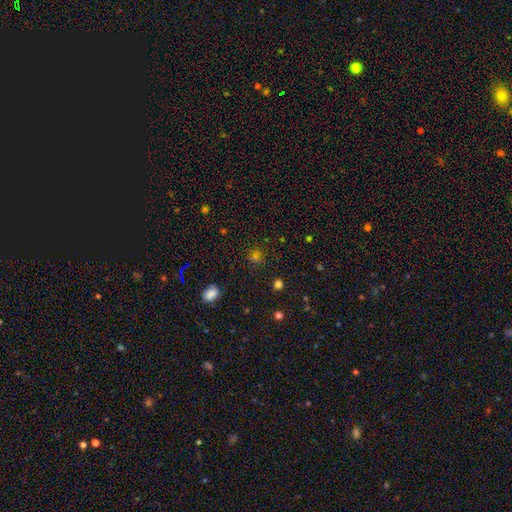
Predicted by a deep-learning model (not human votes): smooth-or-featured: smooth: 53% | star or artifact: 40% | featured or disk: 7%
  how-rounded: round: 76% | in between: 22% | cigar-shaped: 2%
  merging: none: 78% | minor disturbance: 12% | major disturbance: 6% | merger: 4%